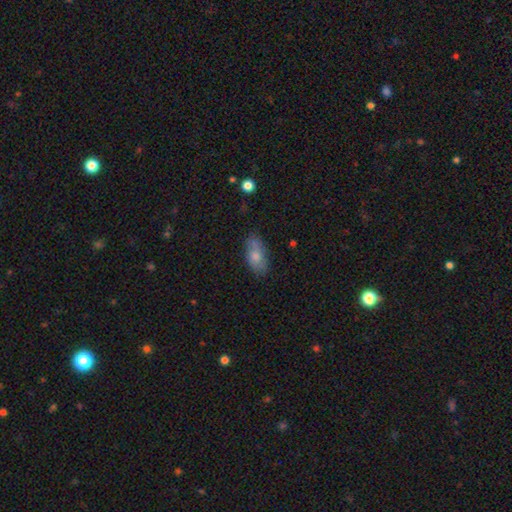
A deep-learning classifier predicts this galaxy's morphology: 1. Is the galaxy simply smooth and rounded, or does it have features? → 74% smooth, 19% featured or disk, 7% star or artifact.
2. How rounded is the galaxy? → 89% in between, 7% cigar-shaped, 4% round.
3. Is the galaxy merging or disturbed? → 70% none, 21% minor disturbance, 5% major disturbance, 3% merger.